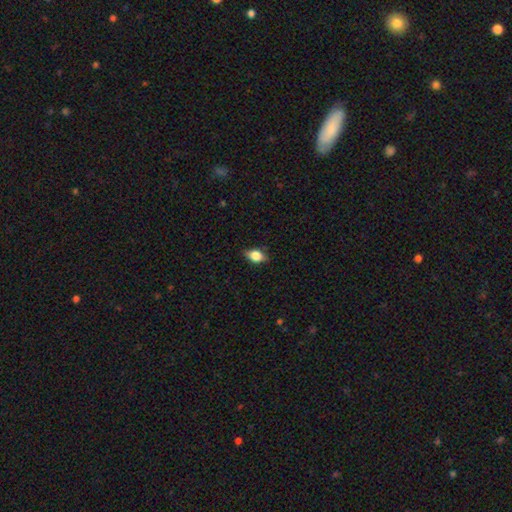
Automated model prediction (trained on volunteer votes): The model was most divided on "how rounded": in between: 76%, round: 20%, cigar-shaped: 4%. More confident: merging — none (79%); smooth or featured — smooth (75%).